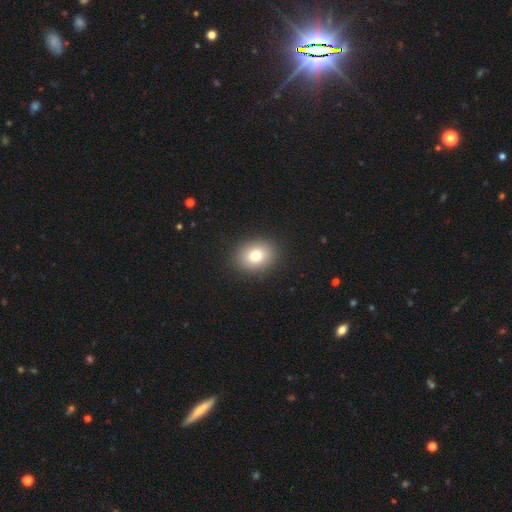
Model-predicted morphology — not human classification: Overall: smooth (78%). How rounded: round (52%; in between 47%). Merging: none (90%).